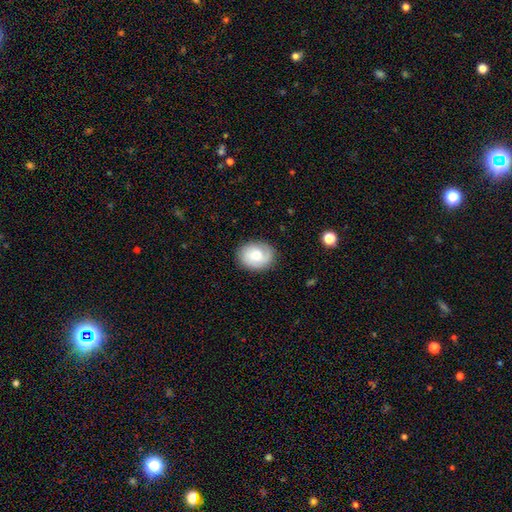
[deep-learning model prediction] Smooth or featured? smooth (60%)
How rounded? in between (53%)
Merging? none (82%)